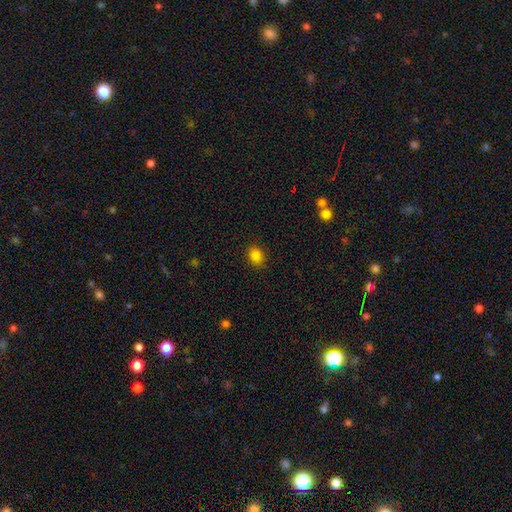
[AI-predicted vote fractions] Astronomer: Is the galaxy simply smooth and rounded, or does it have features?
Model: smooth — 84%.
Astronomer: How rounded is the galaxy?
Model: in between — 59% (runner-up: round, 40%).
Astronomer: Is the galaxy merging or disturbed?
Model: none — 88%.